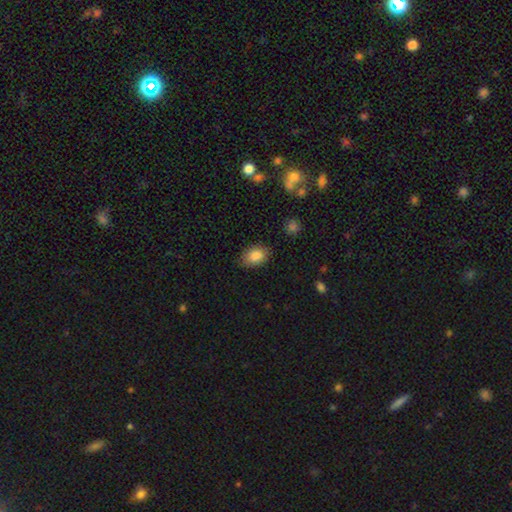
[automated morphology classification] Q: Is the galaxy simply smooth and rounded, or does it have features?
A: smooth — 84%.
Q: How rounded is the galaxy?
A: in between — 82%.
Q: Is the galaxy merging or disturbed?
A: none — 83%.